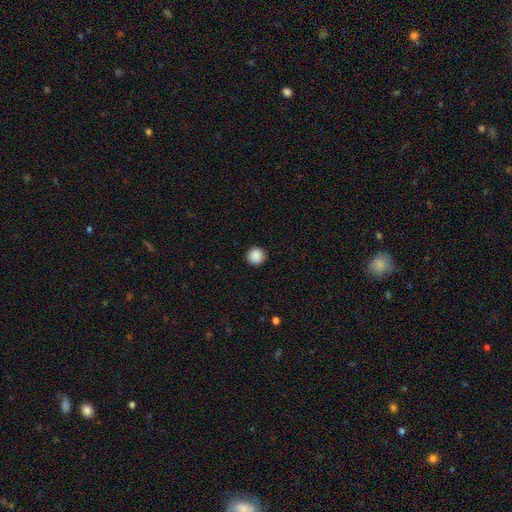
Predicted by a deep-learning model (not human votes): A smooth galaxy with no disk features (89%) that is round (95%).

Vote fractions:
- Smooth or featured? smooth: 89% / star or artifact: 9% / featured or disk: 2%
- How rounded? round: 95% / in between: 4% / cigar-shaped: 1%
- Merging? none: 93% / minor disturbance: 5% / major disturbance: 2% / merger: 1%